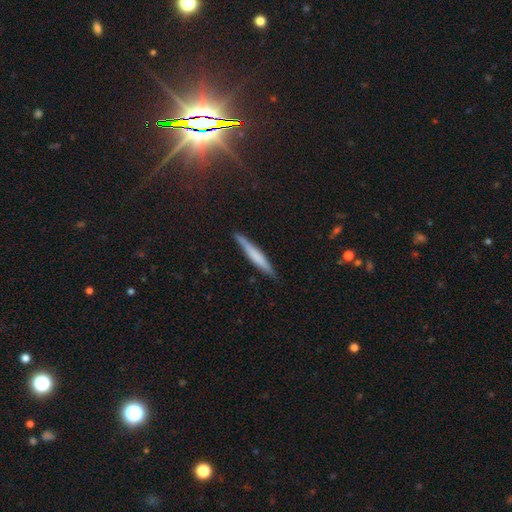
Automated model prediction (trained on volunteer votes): smooth-or-featured: smooth: 55% | featured or disk: 38% | star or artifact: 7%
  how-rounded: cigar-shaped: 95% | in between: 4% | round: 1%
  merging: none: 86% | minor disturbance: 10% | major disturbance: 2% | merger: 1%